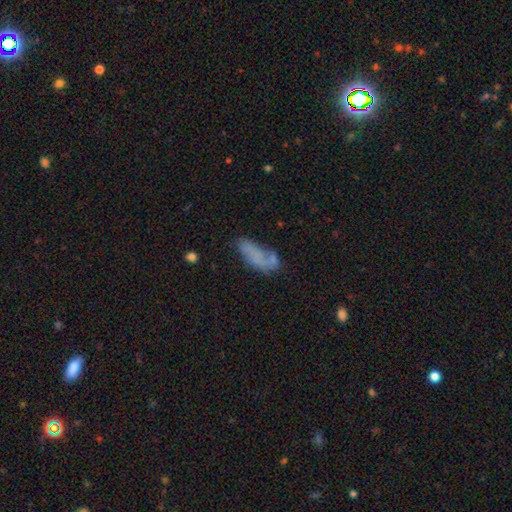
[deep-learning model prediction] Smooth or featured: smooth — 59% (featured or disk — 29%)
How rounded: in between — 73% (cigar-shaped — 24%)
Merging: none — 37% (minor disturbance — 24%)